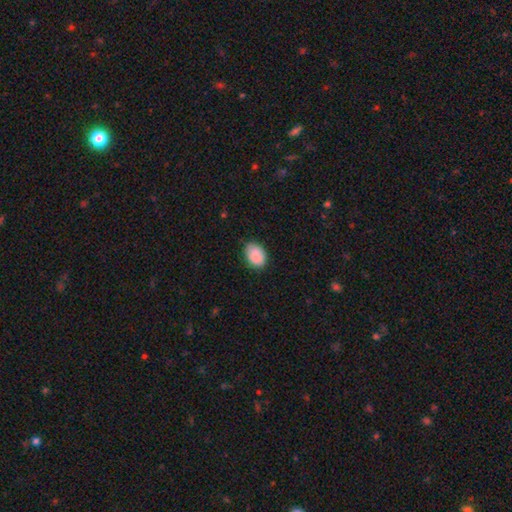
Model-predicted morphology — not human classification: Q: Smooth or featured?
A: smooth (90%); runner-up: star or artifact (6%)
Q: How rounded?
A: in between (81%); runner-up: round (18%)
Q: Merging?
A: none (80%); runner-up: minor disturbance (17%)